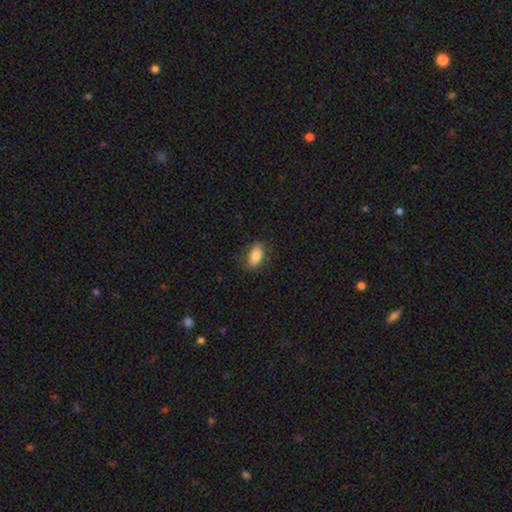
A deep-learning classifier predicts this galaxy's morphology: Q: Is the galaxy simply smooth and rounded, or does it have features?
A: smooth — 84%.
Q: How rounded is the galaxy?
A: in between — 90%.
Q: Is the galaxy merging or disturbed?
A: none — 81%.